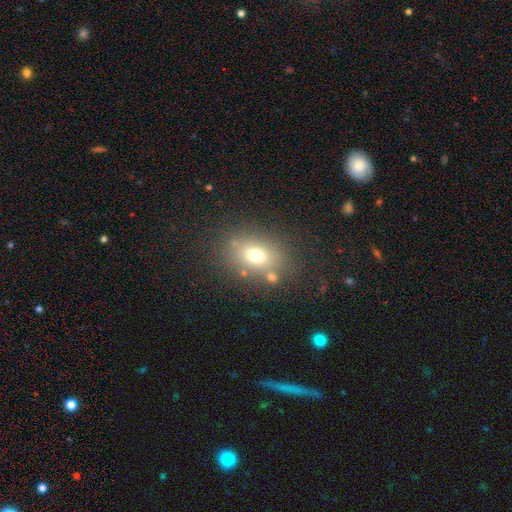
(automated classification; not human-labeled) smooth_or_featured: smooth (p=0.70) [alt: featured or disk p=0.15]
how_rounded: in between (p=0.68) [alt: round p=0.31]
merging: none (p=0.73) [alt: minor disturbance p=0.13]